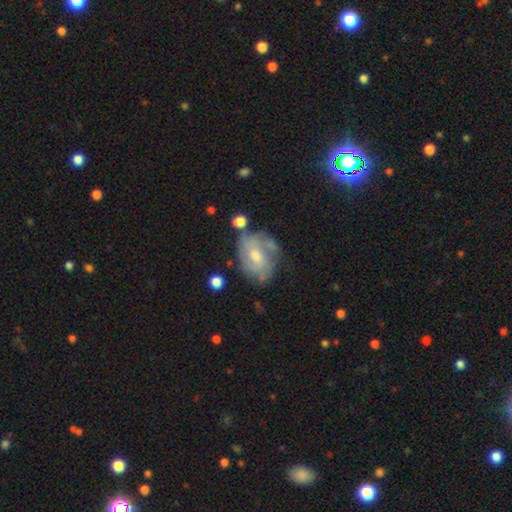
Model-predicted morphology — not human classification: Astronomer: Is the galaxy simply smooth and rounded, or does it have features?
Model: featured or disk — 67%.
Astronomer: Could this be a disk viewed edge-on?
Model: no — 96%.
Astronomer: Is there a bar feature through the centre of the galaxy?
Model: no — 57% (runner-up: weak, 37%).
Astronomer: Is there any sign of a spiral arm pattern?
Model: yes — 79%.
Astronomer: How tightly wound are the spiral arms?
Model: tight — 51% (runner-up: medium, 36%).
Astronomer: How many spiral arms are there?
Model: can't tell — 47% (runner-up: 2, 24%).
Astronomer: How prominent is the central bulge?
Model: moderate — 60%.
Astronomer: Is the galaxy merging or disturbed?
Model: none — 60%.